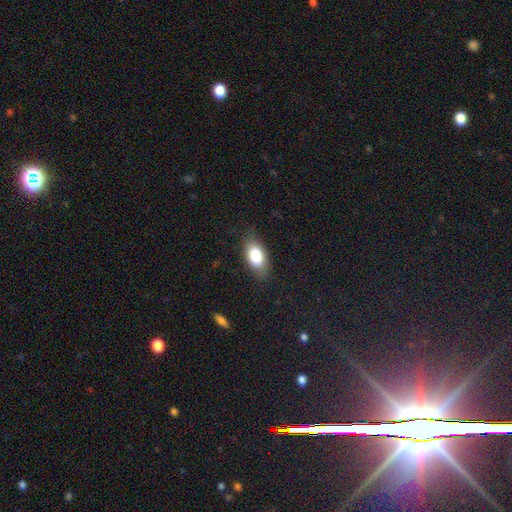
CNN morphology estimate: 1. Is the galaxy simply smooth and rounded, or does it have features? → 80% smooth, 12% featured or disk, 7% star or artifact.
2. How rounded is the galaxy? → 89% in between, 6% cigar-shaped, 5% round.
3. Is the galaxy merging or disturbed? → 81% none, 14% minor disturbance, 4% major disturbance, 1% merger.